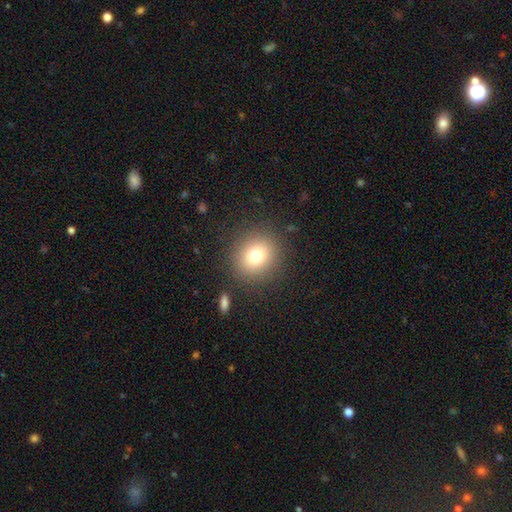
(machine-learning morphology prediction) This is likely a smooth galaxy (76%). How rounded: clearly round (84%). Merging: clearly none (87%).